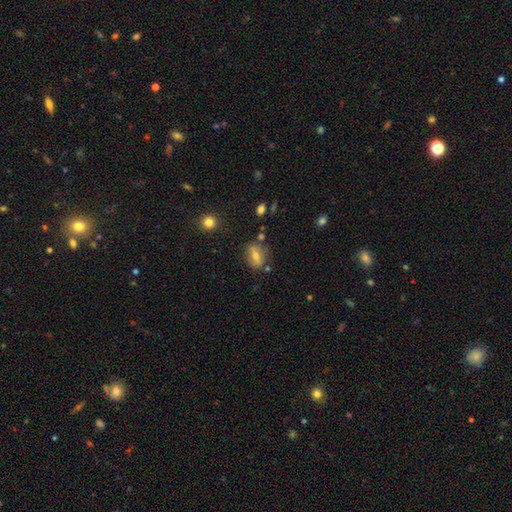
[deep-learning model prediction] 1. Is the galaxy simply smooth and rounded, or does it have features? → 54% smooth, 36% featured or disk, 10% star or artifact.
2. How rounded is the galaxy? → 63% in between, 31% round, 5% cigar-shaped.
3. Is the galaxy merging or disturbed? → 71% none, 18% minor disturbance, 6% major disturbance, 5% merger.